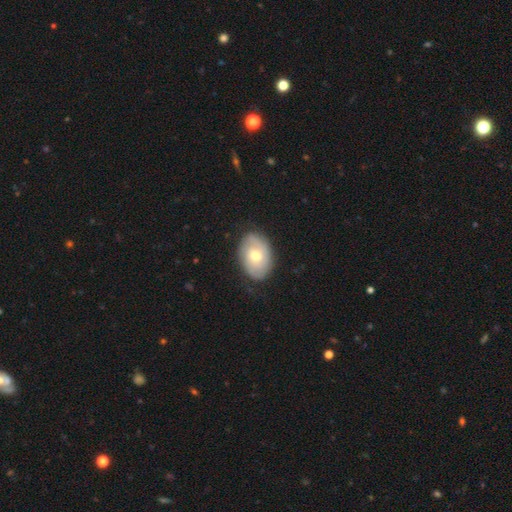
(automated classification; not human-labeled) smooth-or-featured: featured or disk: 48% | smooth: 46% | star or artifact: 6%
  merging: none: 79% | minor disturbance: 16% | major disturbance: 4% | merger: 1%